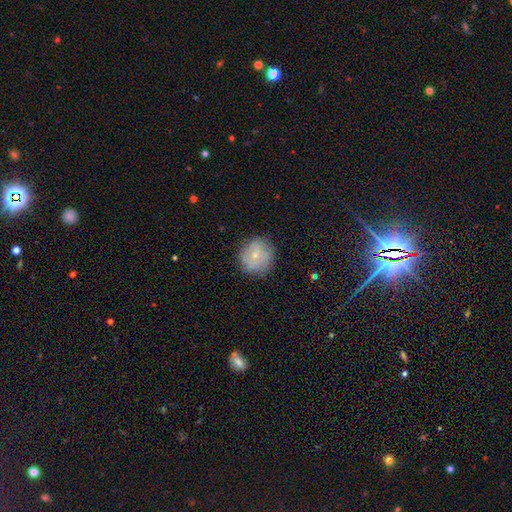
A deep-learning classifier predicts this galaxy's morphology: Smooth or featured: smooth — 68% (featured or disk — 24%)
How rounded: round — 89% (in between — 10%)
Merging: none — 81% (minor disturbance — 14%)